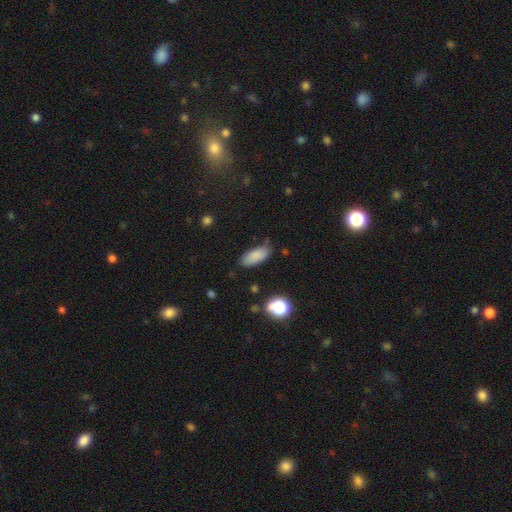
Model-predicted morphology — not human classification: A smooth galaxy with no disk features (86%) that is in between round and cigar-shaped (82%).

Vote fractions:
- Smooth or featured? smooth: 86% / star or artifact: 8% / featured or disk: 6%
- How rounded? in between: 82% / cigar-shaped: 15% / round: 2%
- Merging? none: 76% / minor disturbance: 18% / major disturbance: 4% / merger: 3%